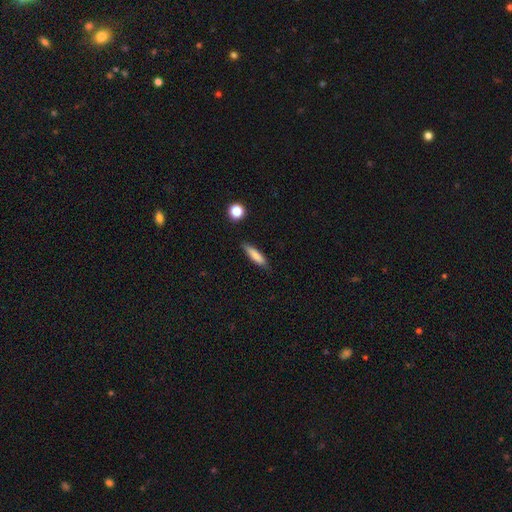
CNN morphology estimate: smooth-or-featured: smooth: 80% | featured or disk: 13% | star or artifact: 7%
  how-rounded: cigar-shaped: 77% | in between: 21% | round: 2%
  merging: none: 81% | minor disturbance: 14% | major disturbance: 3% | merger: 2%